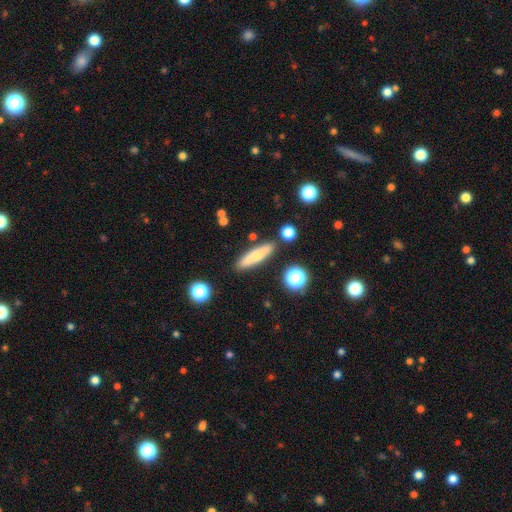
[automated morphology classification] A smooth galaxy with no disk features (59%) that is cigar-shaped (79%). Merging: none (85%).